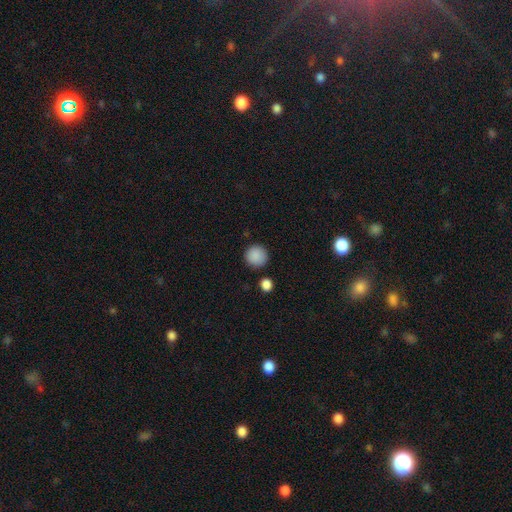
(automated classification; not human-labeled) Smooth or featured?
  - smooth: 88% *
  - star or artifact: 9%
  - featured or disk: 3%
How rounded?
  - round: 94% *
  - in between: 5%
  - cigar-shaped: 1%
Merging?
  - none: 88% *
  - minor disturbance: 7%
  - merger: 3%
  - major disturbance: 2%